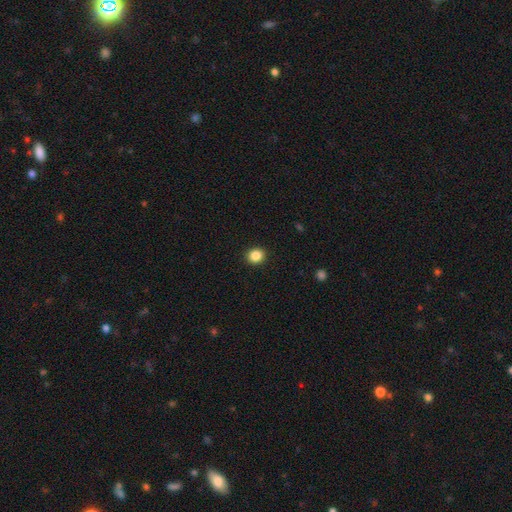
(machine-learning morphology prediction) This appears to be a smooth galaxy with no disk features (86%) that is round (78%). Merging: none (92%).